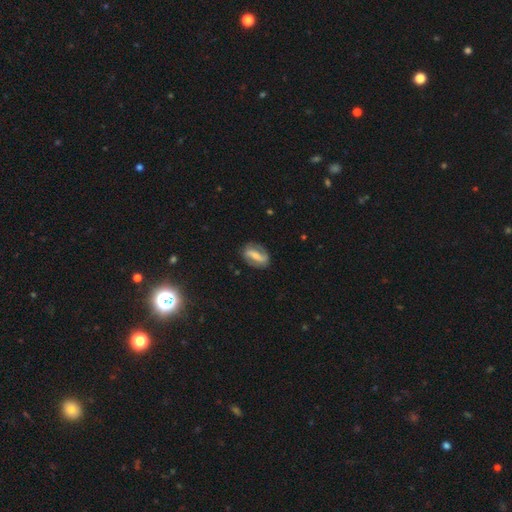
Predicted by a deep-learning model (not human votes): Morphology: type=featured or disk (69%); edge-on=no (92%); bar=strong (64%); spiral arms=yes (76%); bulge=small (42%); merging=none (79%).